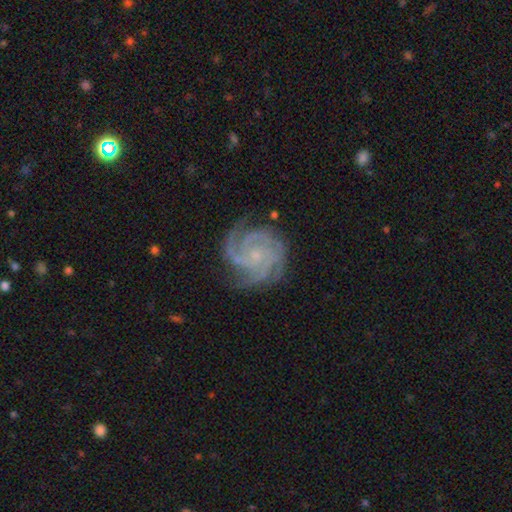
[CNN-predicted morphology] featured or disk 91%, star or artifact 5%, smooth 4%. Down the decision tree: edge-on disk — no (98%); bar — no (72%); spiral arms — yes (99%); spiral arm count — 3 (39%); spiral winding — tight (71%); bulge size — small (79%); merging — none (78%).